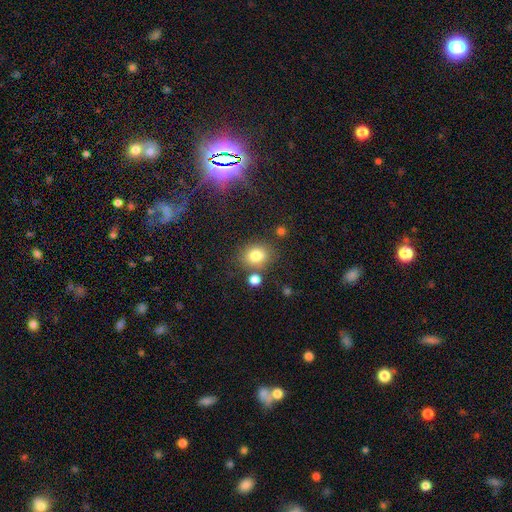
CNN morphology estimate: type=smooth (79%); roundness=round (62%); merging=none (71%).